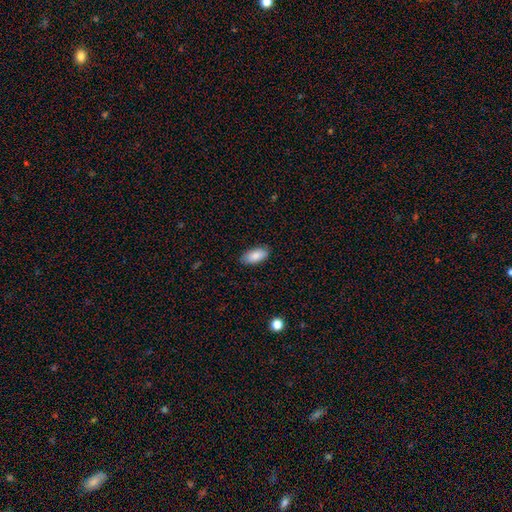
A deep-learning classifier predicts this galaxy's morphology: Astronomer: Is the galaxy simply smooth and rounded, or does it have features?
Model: smooth — 86%.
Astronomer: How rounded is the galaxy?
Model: in between — 91%.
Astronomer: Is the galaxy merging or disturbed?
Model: none — 86%.